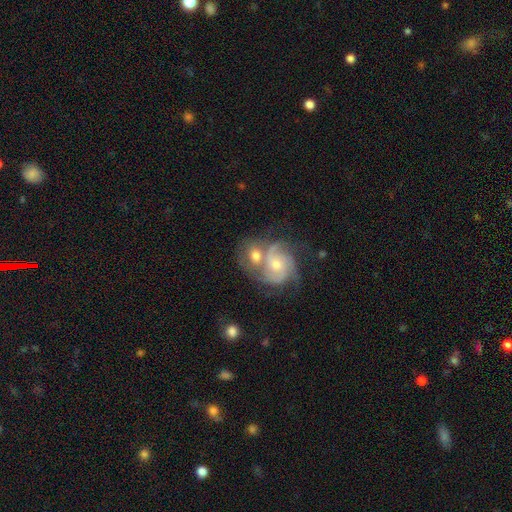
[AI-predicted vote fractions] Smooth or featured: featured or disk — 68% (smooth — 24%)
Edge-on disk: no — 97% (yes — 3%)
Bar: no — 64% (weak — 30%)
Spiral arms: yes — 92% (no — 8%)
Spiral winding: medium — 47% (tight — 39%)
Spiral arm count: 3 — 36% (2 — 35%)
Bulge size: moderate — 49% (small — 44%)
Merging: merger — 57% (none — 28%)